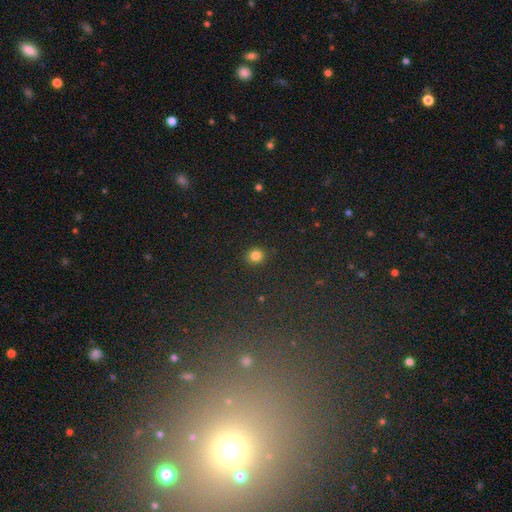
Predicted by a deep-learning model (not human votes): smooth-or-featured: smooth: 83% | star or artifact: 12% | featured or disk: 5%
  how-rounded: round: 80% | in between: 19% | cigar-shaped: 1%
  merging: none: 91% | minor disturbance: 6% | major disturbance: 2% | merger: 1%